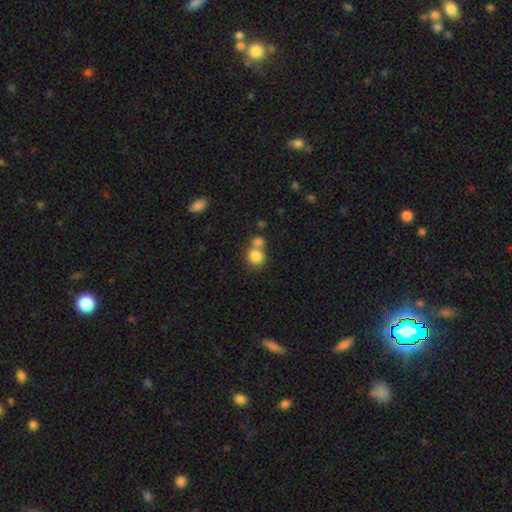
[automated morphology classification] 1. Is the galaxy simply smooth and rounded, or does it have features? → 82% smooth, 10% star or artifact, 8% featured or disk.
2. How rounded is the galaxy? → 86% round, 13% in between, 1% cigar-shaped.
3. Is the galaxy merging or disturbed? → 49% none, 40% merger, 8% minor disturbance, 3% major disturbance.